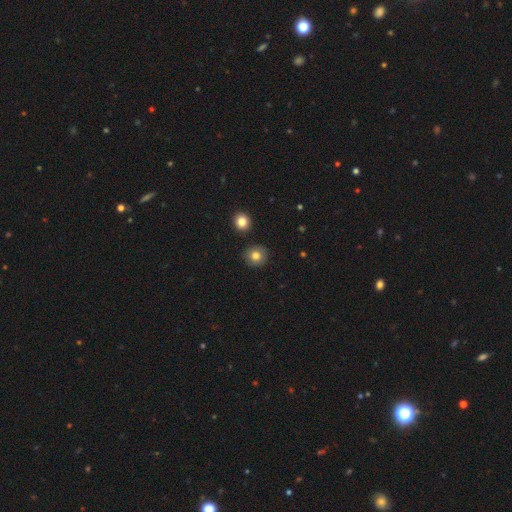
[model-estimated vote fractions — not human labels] smooth_or_featured: smooth (p=0.80) [alt: star or artifact p=0.10]
how_rounded: round (p=0.89) [alt: in between p=0.10]
merging: none (p=0.88) [alt: minor disturbance p=0.07]